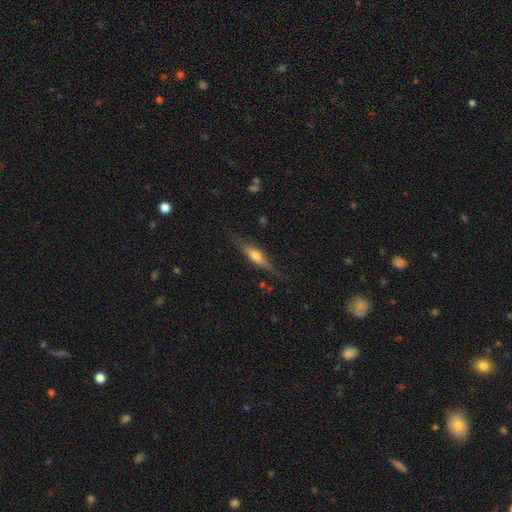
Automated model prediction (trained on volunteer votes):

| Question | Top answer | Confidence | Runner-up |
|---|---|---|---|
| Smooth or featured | featured or disk | 65% | smooth (29%) |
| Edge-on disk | yes | 96% | no (4%) |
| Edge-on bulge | rounded | 87% | boxy (8%) |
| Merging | none | 82% | minor disturbance (13%) |